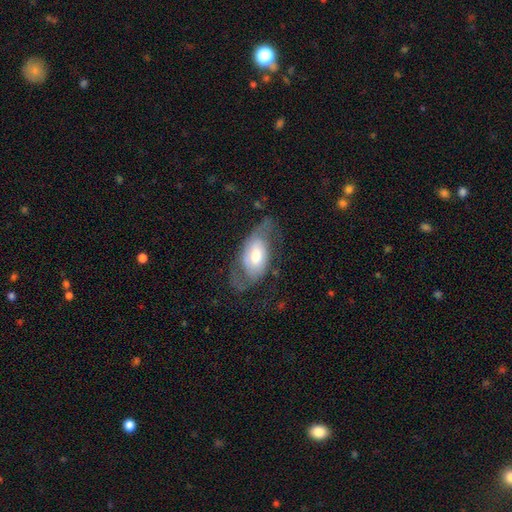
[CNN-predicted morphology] smooth-or-featured: featured or disk: 61% | smooth: 33% | star or artifact: 7%
  disk-edge-on: no: 91% | yes: 9%
    bar: no: 58% | weak: 33% | strong: 10%
    has-spiral-arms: yes: 78% | no: 22%
    bulge-size: moderate: 58% | large: 23% | small: 14% | dominant: 3% | none: 2%
  merging: none: 47% | minor disturbance: 26% | major disturbance: 26% | merger: 2%